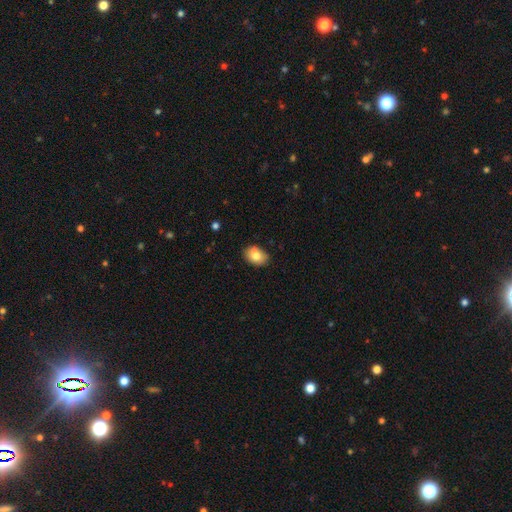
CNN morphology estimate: This is clearly a smooth galaxy (81%). How rounded: likely in between (76%). Merging: likely none (79%).